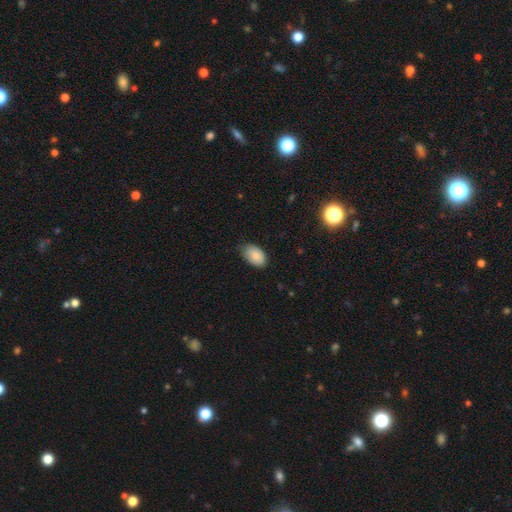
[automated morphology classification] Overall: smooth (86%). How rounded: in between (92%). Merging: none (70%).